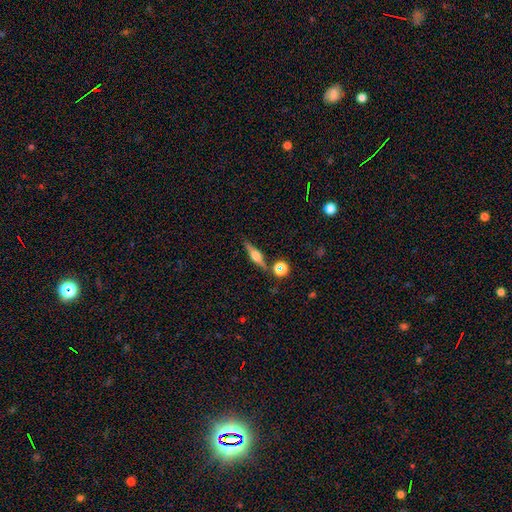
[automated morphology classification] This is likely a featured or disk galaxy (66%). It is clearly viewed edge-on (96%). Edge-on bulge: clearly rounded (87%). Merging: clearly none (83%).